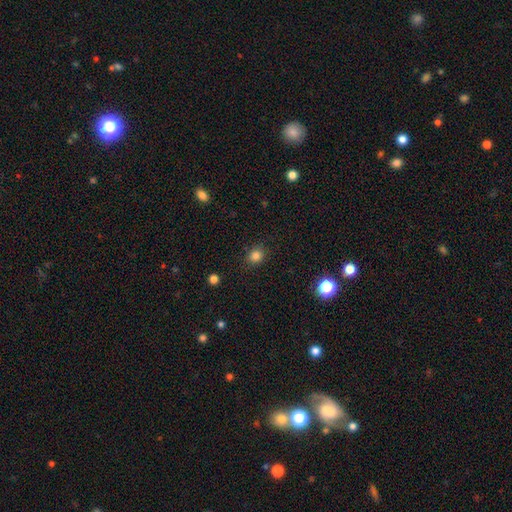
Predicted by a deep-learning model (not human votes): Smooth or featured?
  - smooth: 82% *
  - star or artifact: 13%
  - featured or disk: 5%
How rounded?
  - round: 75% *
  - in between: 24%
  - cigar-shaped: 1%
Merging?
  - none: 88% *
  - minor disturbance: 9%
  - major disturbance: 2%
  - merger: 1%